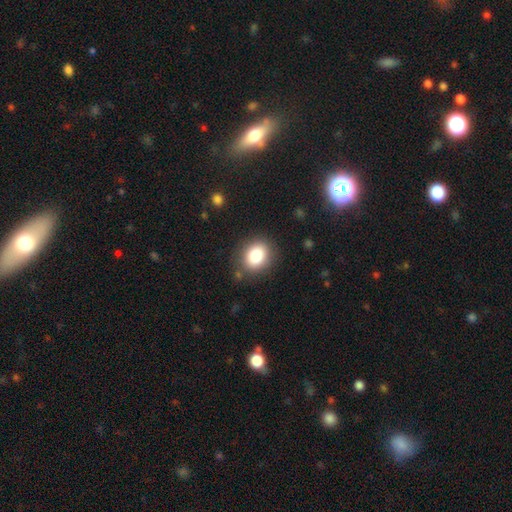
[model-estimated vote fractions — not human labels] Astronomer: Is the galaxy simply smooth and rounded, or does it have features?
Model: smooth — 83%.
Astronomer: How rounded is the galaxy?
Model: round — 56% (runner-up: in between, 44%).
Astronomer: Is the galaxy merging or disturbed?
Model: none — 84%.